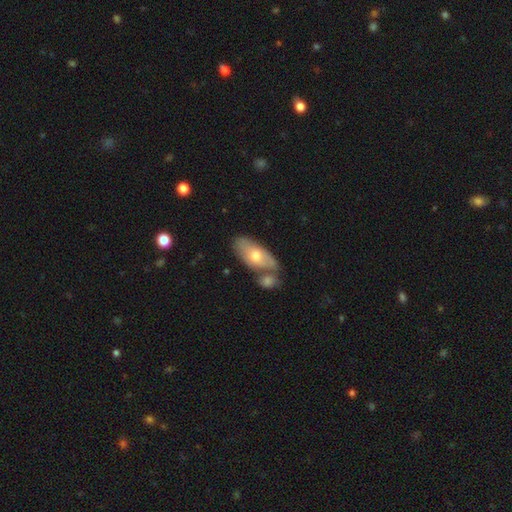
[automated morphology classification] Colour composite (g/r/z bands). It shows a smooth galaxy with no disk features (62%) that is in between round and cigar-shaped (87%). Merging: none (48%).